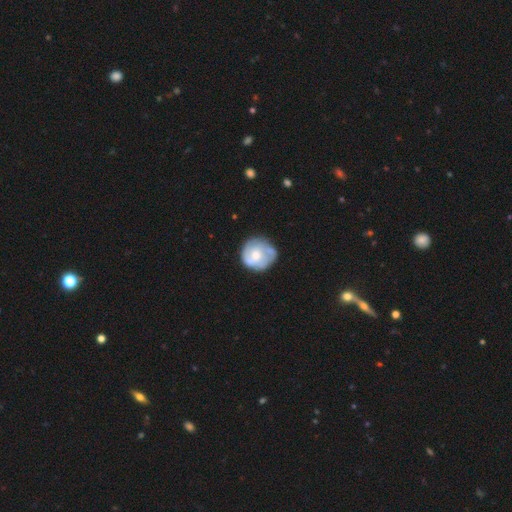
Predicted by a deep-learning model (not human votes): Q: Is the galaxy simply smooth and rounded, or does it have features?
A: featured or disk — 56%.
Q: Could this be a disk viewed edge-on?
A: no — 98%.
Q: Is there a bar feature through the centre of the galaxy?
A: no — 74%.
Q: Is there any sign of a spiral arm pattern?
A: yes — 69%.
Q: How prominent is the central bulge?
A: moderate — 58%.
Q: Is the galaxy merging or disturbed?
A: none — 67%.